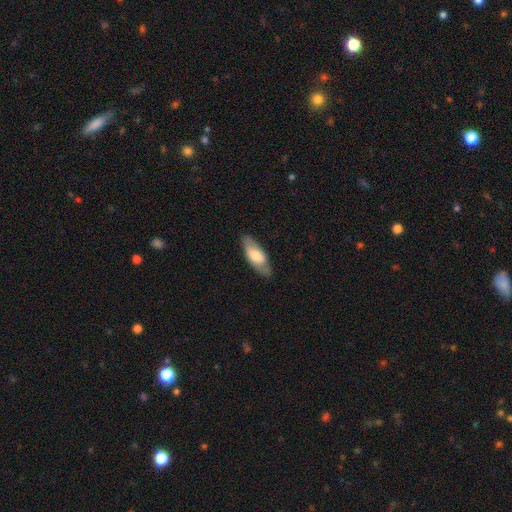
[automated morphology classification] A smooth galaxy with no disk features (61%) that is in between round and cigar-shaped (76%). Merging: none (80%).